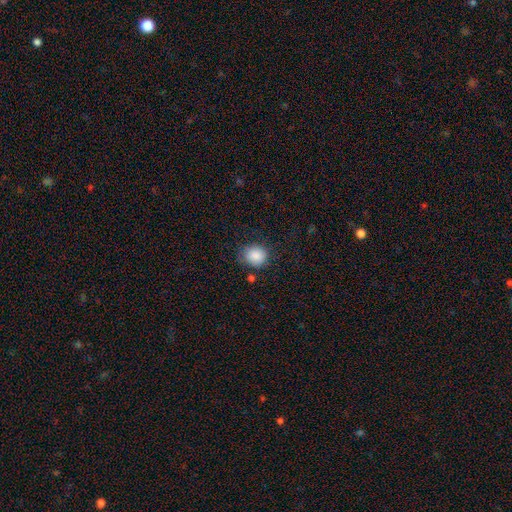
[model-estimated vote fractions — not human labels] Overall: smooth (87%). How rounded: round (74%). Merging: none (73%).